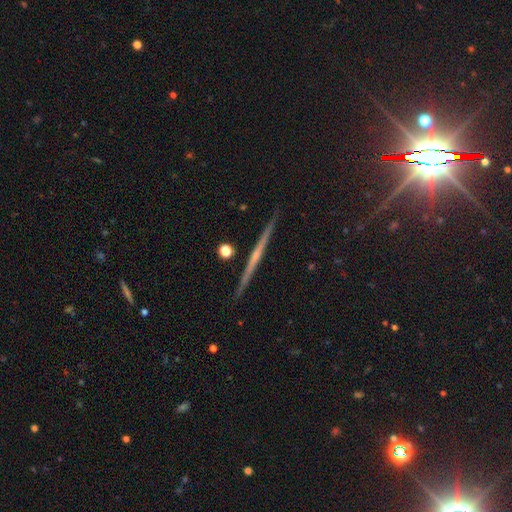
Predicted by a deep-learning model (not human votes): Overall: featured or disk (74%). Edge-on disk: yes (98%). Edge-on bulge: none (50%; rounded 43%). Merging: none (92%).